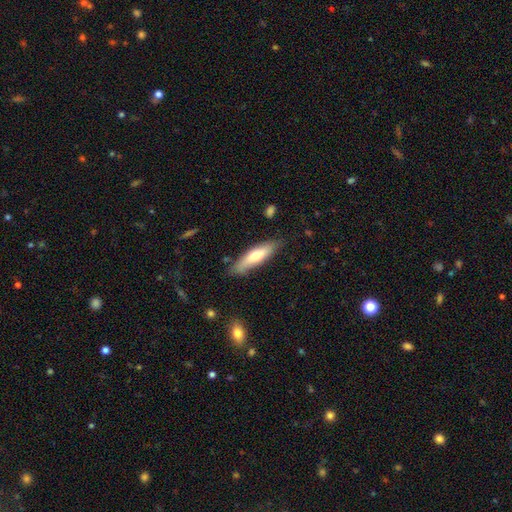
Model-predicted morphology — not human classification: A smooth galaxy with no disk features (66%) that is cigar-shaped (69%). Merging: none (80%).